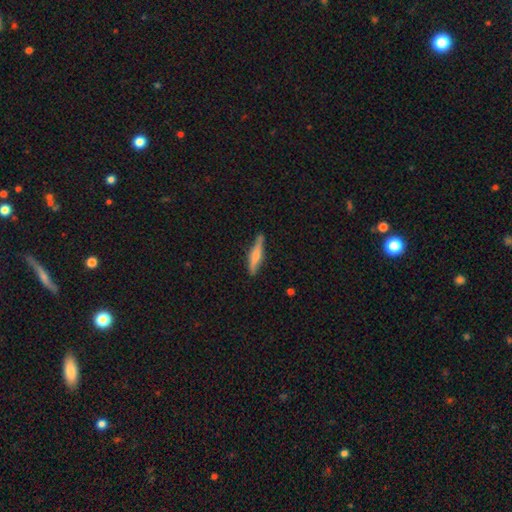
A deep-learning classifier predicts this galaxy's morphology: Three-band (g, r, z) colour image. It shows a smooth galaxy with no disk features (55%) that is cigar-shaped (85%). Merging: none (82%).